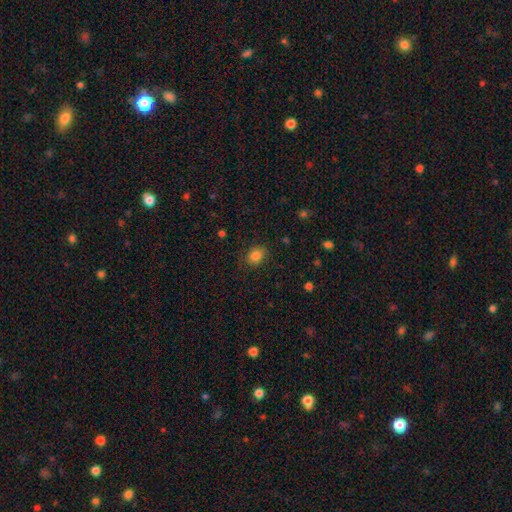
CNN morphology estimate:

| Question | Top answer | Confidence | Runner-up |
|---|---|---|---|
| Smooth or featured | smooth | 83% | star or artifact (11%) |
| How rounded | in between | 53% | round (46%) |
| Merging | none | 81% | minor disturbance (14%) |